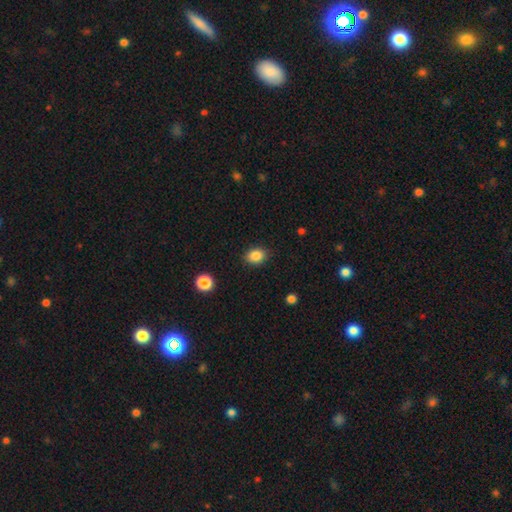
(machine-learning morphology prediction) Smooth or featured: smooth — 86% (star or artifact — 9%)
How rounded: in between — 57% (round — 42%)
Merging: none — 87% (minor disturbance — 9%)